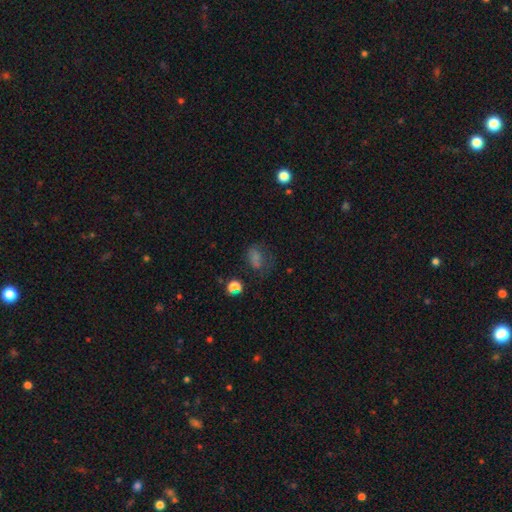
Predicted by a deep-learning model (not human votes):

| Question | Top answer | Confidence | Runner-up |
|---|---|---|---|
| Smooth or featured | smooth | 57% | star or artifact (27%) |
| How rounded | in between | 73% | round (24%) |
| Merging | none | 51% | major disturbance (23%) |